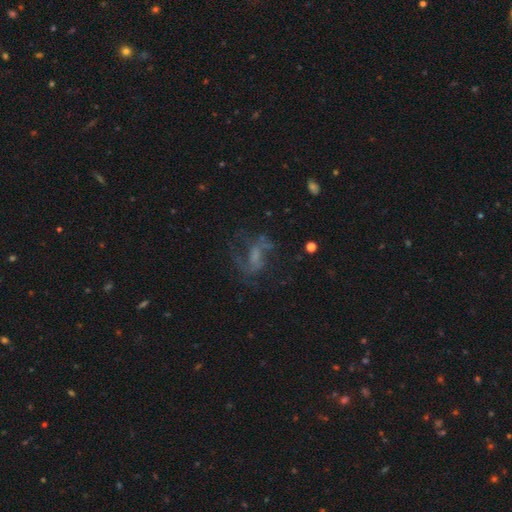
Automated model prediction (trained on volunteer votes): Q: Smooth or featured?
A: featured or disk (62%); runner-up: smooth (19%)
Q: Edge-on disk?
A: no (96%); runner-up: yes (4%)
Q: Bar?
A: no (44%); runner-up: weak (39%)
Q: Spiral arms?
A: yes (72%); runner-up: no (28%)
Q: Bulge size?
A: none (45%); runner-up: small (26%)
Q: Merging?
A: none (50%); runner-up: major disturbance (29%)